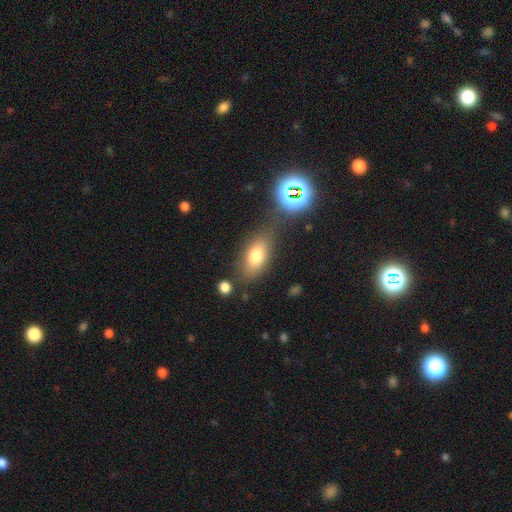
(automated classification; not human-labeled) smooth 73%, featured or disk 16%, star or artifact 11%. Down the decision tree: how rounded — in between (82%); merging — none (69%).